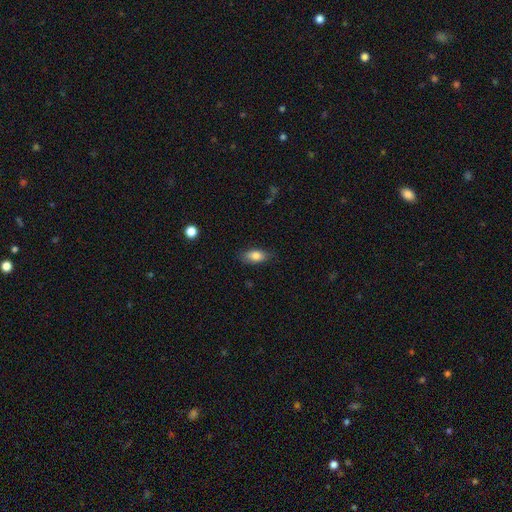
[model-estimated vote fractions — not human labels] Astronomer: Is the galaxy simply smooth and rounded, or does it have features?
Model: smooth — 80%.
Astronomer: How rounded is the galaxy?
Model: in between — 87%.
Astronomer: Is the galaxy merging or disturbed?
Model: none — 81%.